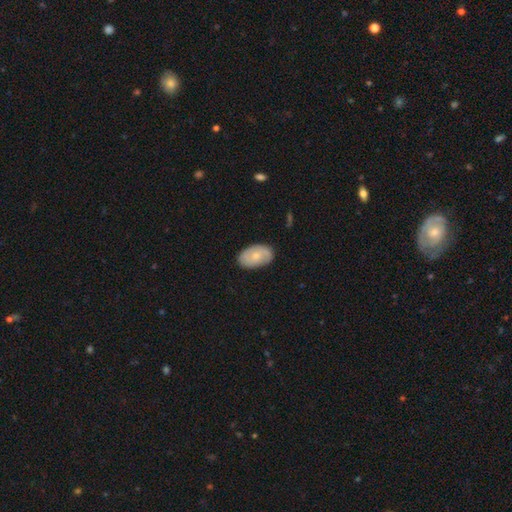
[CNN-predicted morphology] Smooth or featured? smooth (52%)
How rounded? in between (90%)
Merging? none (79%)